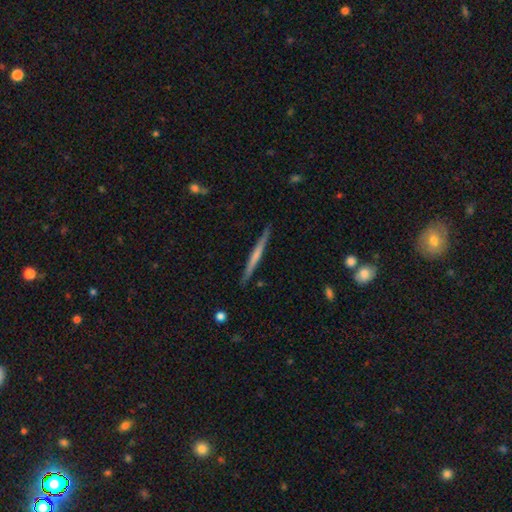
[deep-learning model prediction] This is possibly a featured or disk galaxy (52%). It is clearly viewed edge-on (97%). Edge-on bulge: likely none (75%). Merging: clearly none (90%).